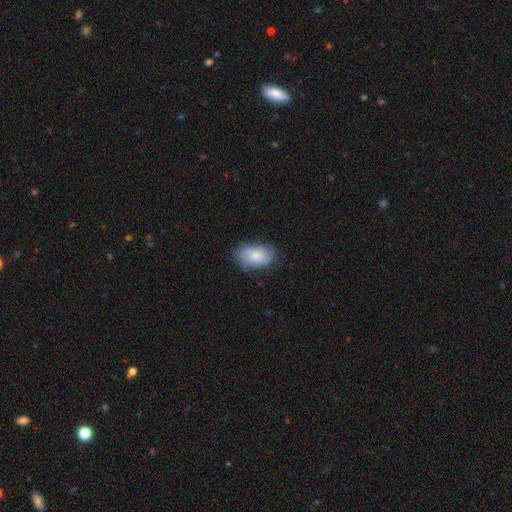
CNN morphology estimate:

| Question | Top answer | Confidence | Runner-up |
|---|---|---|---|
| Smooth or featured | smooth | 75% | featured or disk (18%) |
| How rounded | in between | 91% | round (8%) |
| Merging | none | 73% | minor disturbance (21%) |